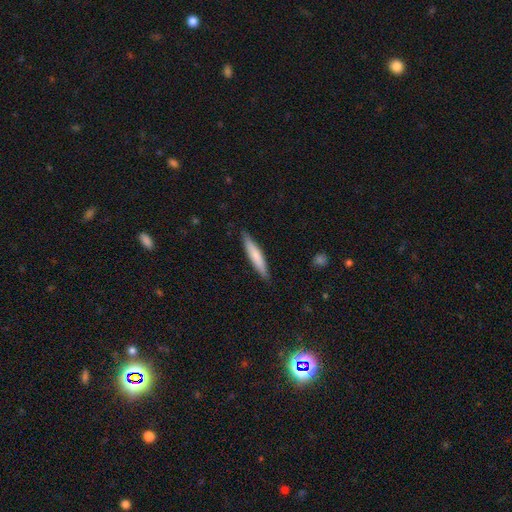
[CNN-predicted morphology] Smooth or featured? smooth (72%)
How rounded? cigar-shaped (91%)
Merging? none (87%)